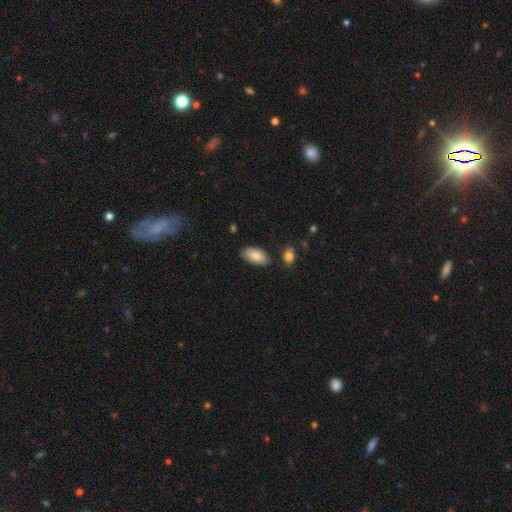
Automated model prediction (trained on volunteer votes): Smooth or featured: smooth — 84% (featured or disk — 10%)
How rounded: in between — 94% (cigar-shaped — 4%)
Merging: none — 78% (minor disturbance — 17%)